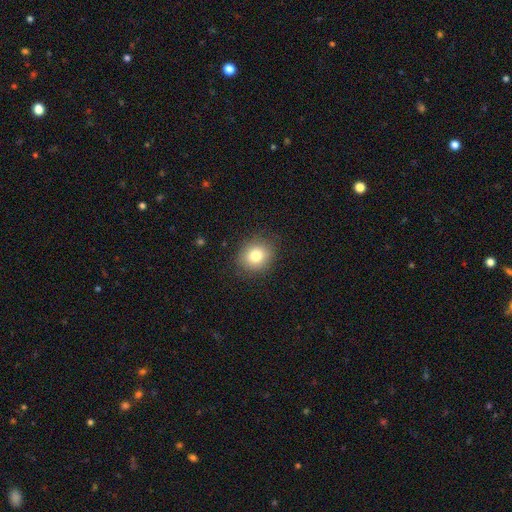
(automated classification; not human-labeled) Smooth or featured? smooth (80%)
How rounded? round (75%)
Merging? none (87%)